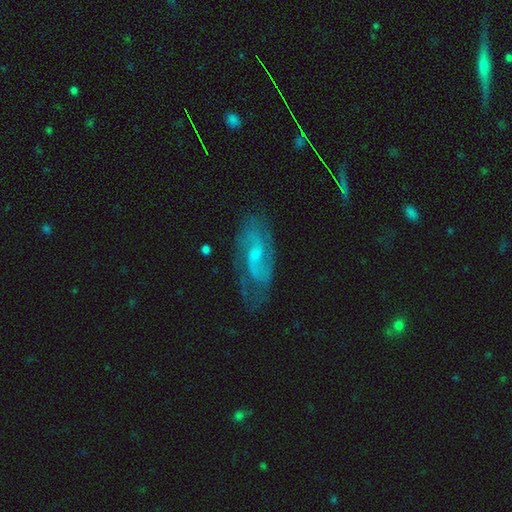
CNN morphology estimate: The model was most divided on "bar": weak: 51%, no: 41%, strong: 8%. Remaining: edge-on disk — no (93%); spiral arms — yes (92%); smooth or featured — featured or disk (78%); spiral arm count — 2 (74%); merging — none (69%); spiral winding — medium (50%); bulge size — small (47%).